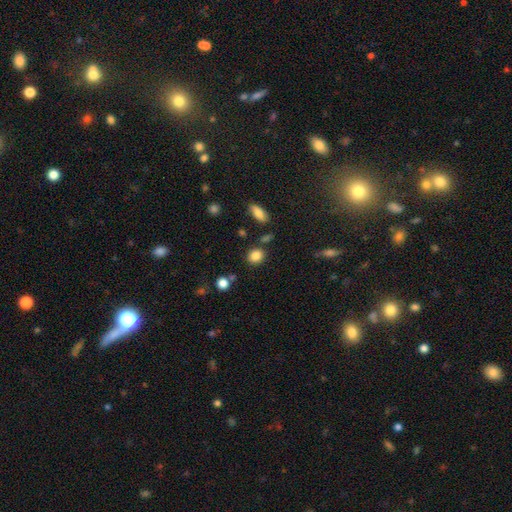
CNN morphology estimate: A smooth galaxy with no disk features (85%) that is round (68%).

Vote fractions:
- Smooth or featured? smooth: 85% / star or artifact: 10% / featured or disk: 5%
- How rounded? round: 68% / in between: 31% / cigar-shaped: 1%
- Merging? none: 81% / minor disturbance: 10% / merger: 5% / major disturbance: 3%